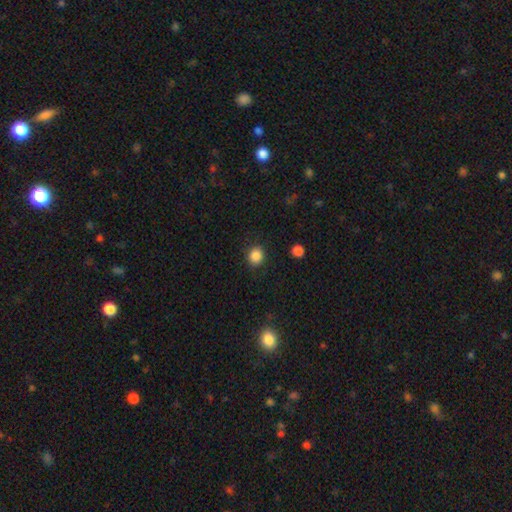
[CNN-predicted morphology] Smooth or featured?
  - smooth: 86% *
  - star or artifact: 10%
  - featured or disk: 3%
How rounded?
  - round: 81% *
  - in between: 18%
  - cigar-shaped: 1%
Merging?
  - none: 88% *
  - minor disturbance: 8%
  - major disturbance: 3%
  - merger: 1%